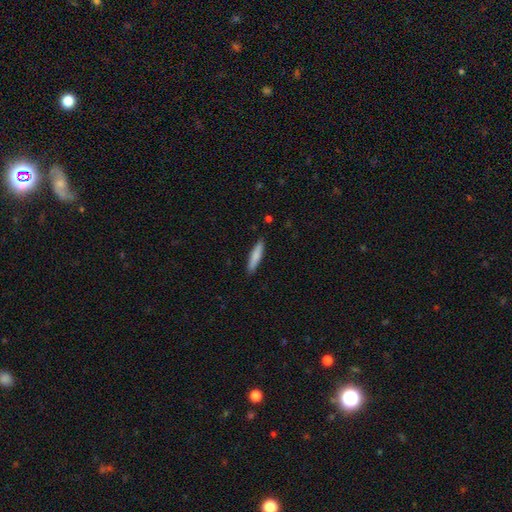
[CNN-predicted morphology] smooth 81%, featured or disk 14%, star or artifact 6%. Down the decision tree: how rounded — cigar-shaped (87%); merging — none (89%).